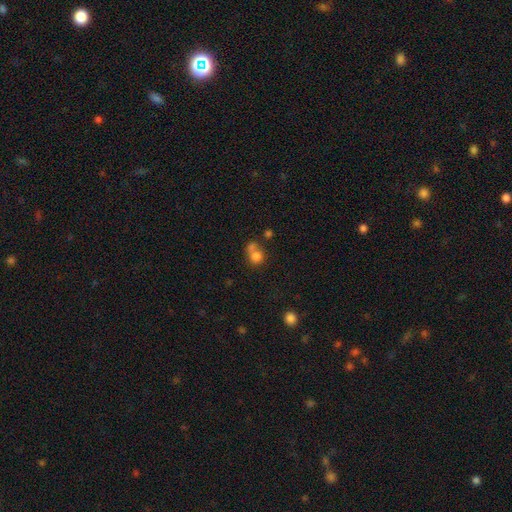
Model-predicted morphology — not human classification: Smooth or featured: smooth — 77% (star or artifact — 12%)
How rounded: round — 79% (in between — 20%)
Merging: merger — 48% (none — 37%)